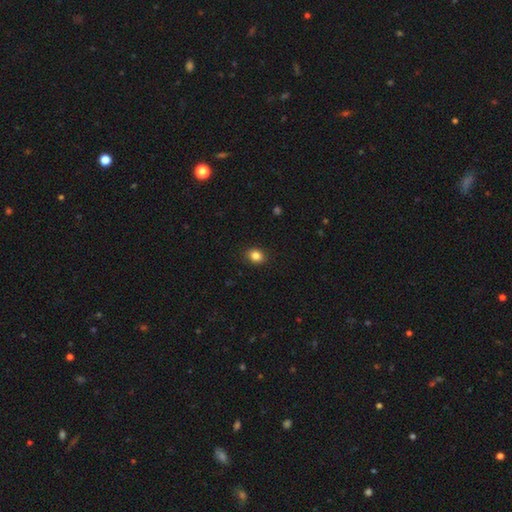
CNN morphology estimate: The model was most divided on "how rounded": round: 56%, in between: 43%, cigar-shaped: 1%. More confident: merging — none (90%); smooth or featured — smooth (85%).